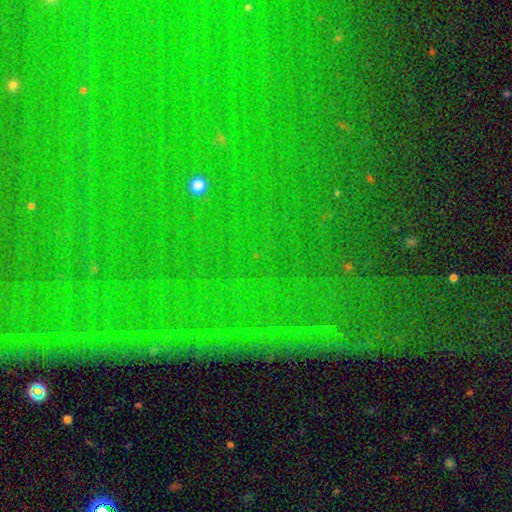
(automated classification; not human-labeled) smooth-or-featured: star or artifact: 83% | smooth: 9% | featured or disk: 8%